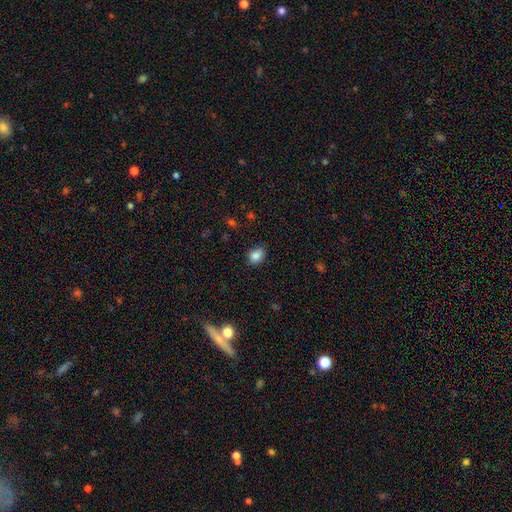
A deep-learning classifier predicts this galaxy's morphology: smooth_or_featured: smooth (p=0.85) [alt: star or artifact p=0.10]
how_rounded: round (p=0.51) [alt: in between p=0.48]
merging: none (p=0.76) [alt: minor disturbance p=0.19]